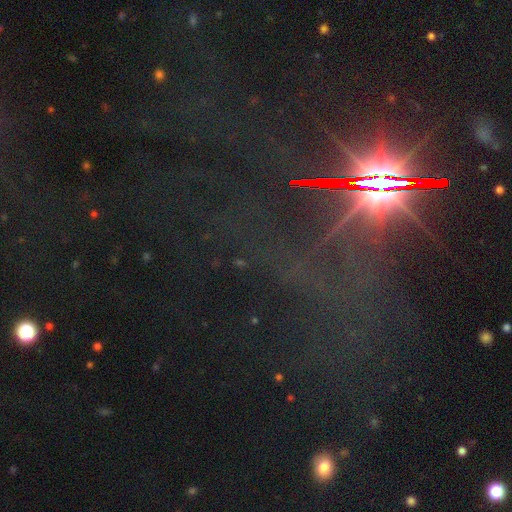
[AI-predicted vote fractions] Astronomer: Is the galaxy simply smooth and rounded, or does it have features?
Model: star or artifact — 78%.